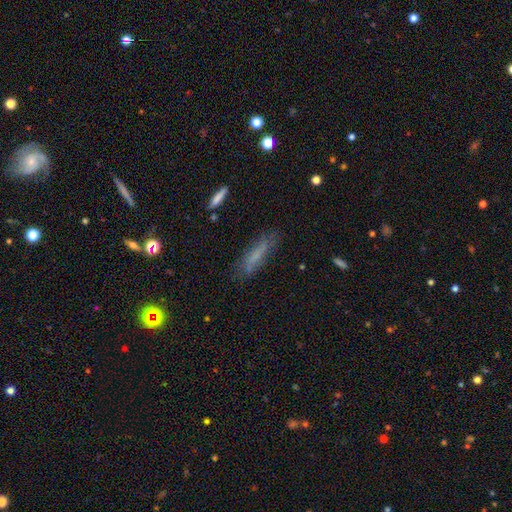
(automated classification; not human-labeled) Q: Smooth or featured?
A: smooth (64%); runner-up: featured or disk (25%)
Q: How rounded?
A: cigar-shaped (75%); runner-up: in between (23%)
Q: Merging?
A: none (75%); runner-up: minor disturbance (18%)